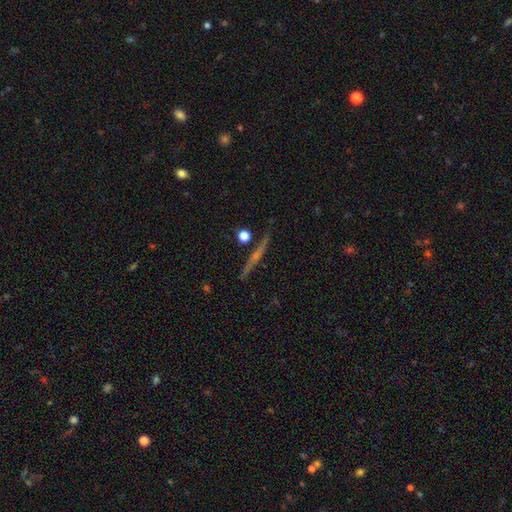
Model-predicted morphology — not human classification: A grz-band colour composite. It shows a featured or disk galaxy (72%) viewed edge-on (96%) with a rounded central bulge (63%). Merging: none (87%).